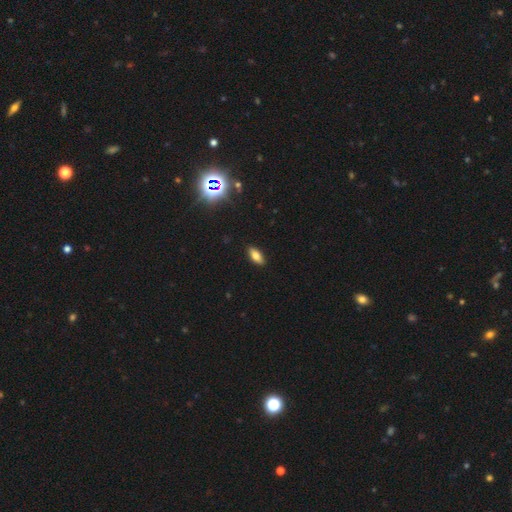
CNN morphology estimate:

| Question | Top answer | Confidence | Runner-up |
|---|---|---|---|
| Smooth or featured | smooth | 76% | featured or disk (14%) |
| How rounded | in between | 85% | cigar-shaped (12%) |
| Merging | none | 90% | minor disturbance (8%) |